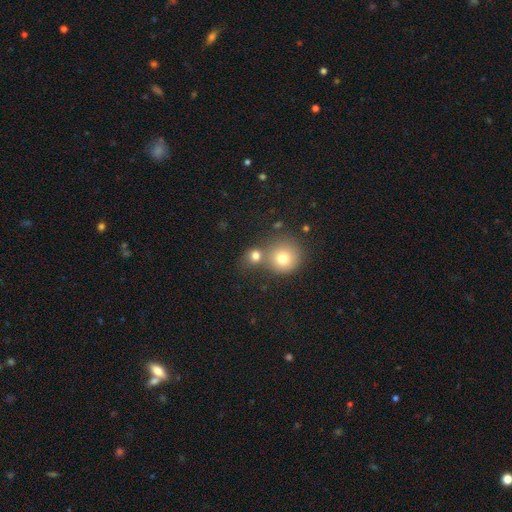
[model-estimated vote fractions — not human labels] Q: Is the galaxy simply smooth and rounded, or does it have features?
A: smooth — 75%.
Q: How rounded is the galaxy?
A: round — 81%.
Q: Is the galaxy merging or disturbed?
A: none — 51%.